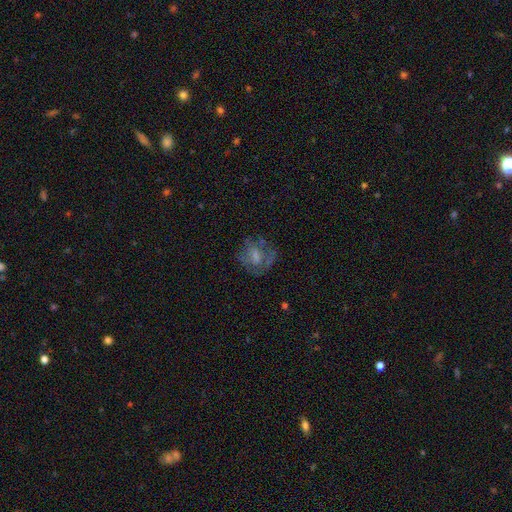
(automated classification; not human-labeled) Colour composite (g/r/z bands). It shows a featured or disk galaxy (47%). Merging: none (54%).